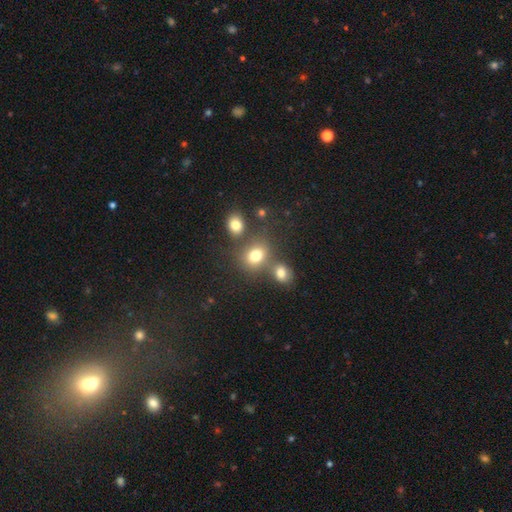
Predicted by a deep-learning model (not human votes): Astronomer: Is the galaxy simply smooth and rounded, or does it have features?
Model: smooth — 76%.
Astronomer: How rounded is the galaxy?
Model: round — 57% (runner-up: in between, 42%).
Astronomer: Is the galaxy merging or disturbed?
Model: none — 57%.